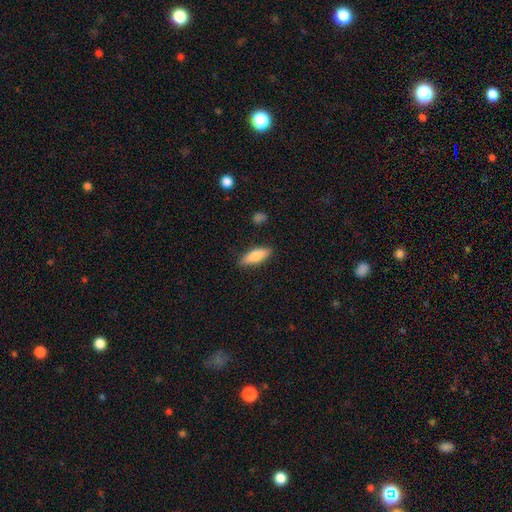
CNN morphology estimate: smooth-or-featured: smooth: 78% | featured or disk: 16% | star or artifact: 6%
  how-rounded: in between: 52% | cigar-shaped: 46% | round: 2%
  merging: none: 84% | minor disturbance: 12% | major disturbance: 3% | merger: 2%